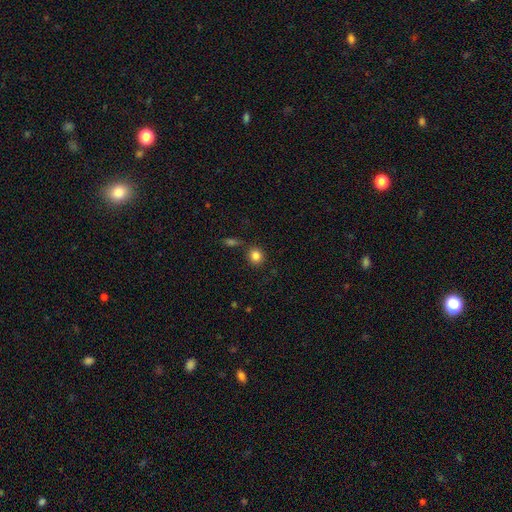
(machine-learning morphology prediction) Smooth or featured: smooth — 84% (star or artifact — 11%)
How rounded: round — 87% (in between — 12%)
Merging: none — 79% (minor disturbance — 10%)